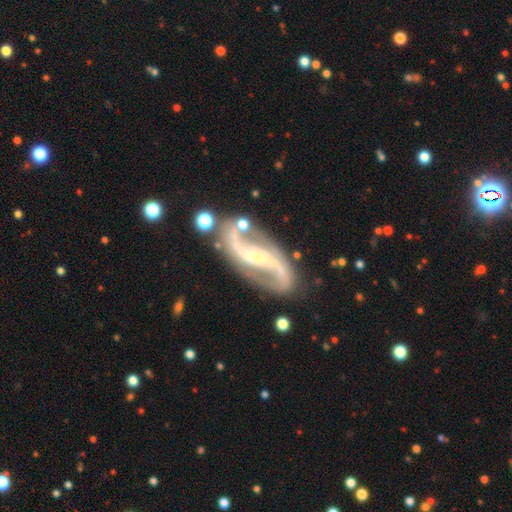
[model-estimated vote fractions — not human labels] featured or disk 91%, star or artifact 5%, smooth 4%. Down the decision tree: edge-on disk — no (96%); bar — strong (42%); spiral arms — yes (97%); spiral arm count — 2 (94%); spiral winding — loose (55%); bulge size — small (45%); merging — none (76%).